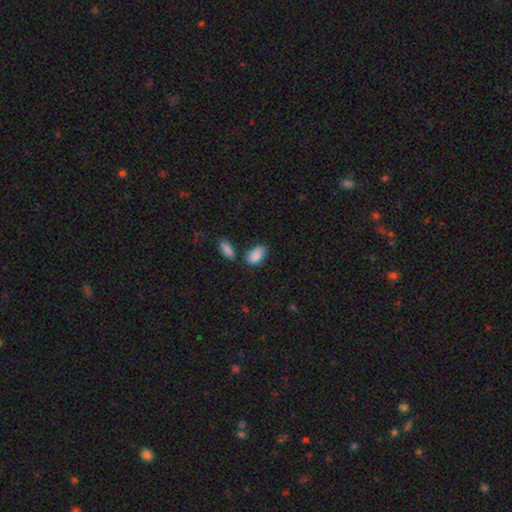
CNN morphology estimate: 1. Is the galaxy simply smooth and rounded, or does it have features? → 87% smooth, 7% star or artifact, 5% featured or disk.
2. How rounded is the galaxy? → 93% in between, 3% cigar-shaped, 3% round.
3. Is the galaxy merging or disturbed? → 56% none, 21% minor disturbance, 18% merger, 6% major disturbance.